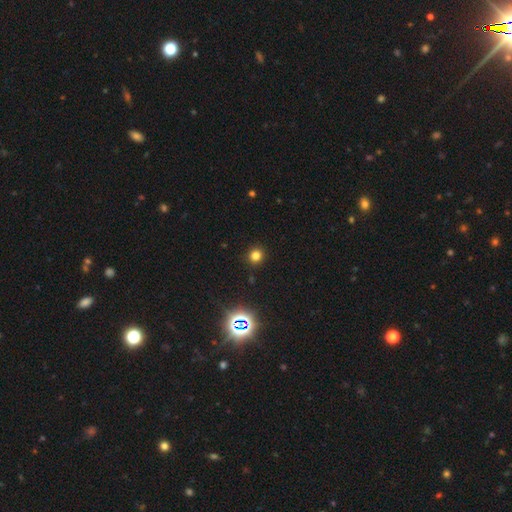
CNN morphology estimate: Q: Smooth or featured?
A: smooth (76%); runner-up: star or artifact (19%)
Q: How rounded?
A: round (91%); runner-up: in between (8%)
Q: Merging?
A: none (91%); runner-up: minor disturbance (5%)